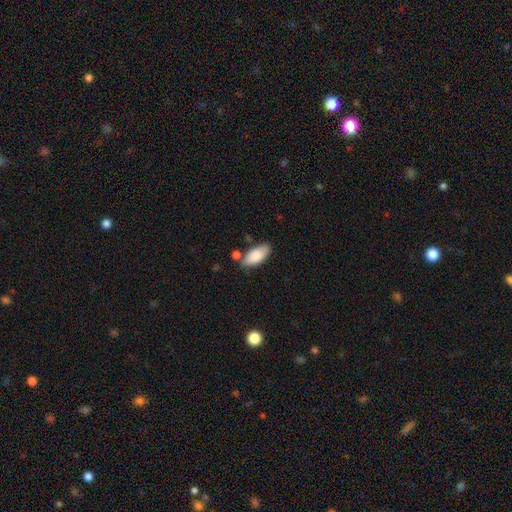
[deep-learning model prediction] Smooth or featured: smooth — 84% (featured or disk — 10%)
How rounded: in between — 88% (cigar-shaped — 9%)
Merging: none — 69% (minor disturbance — 18%)